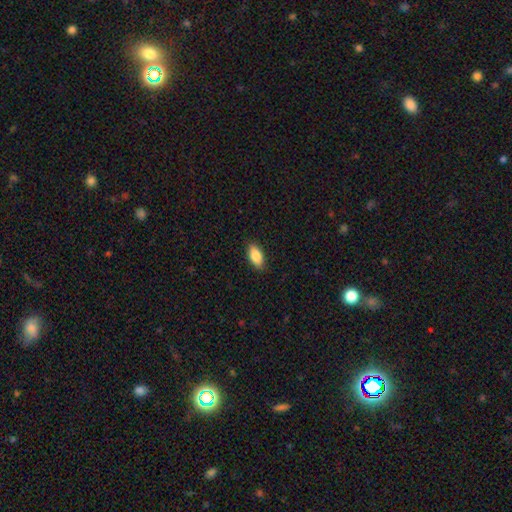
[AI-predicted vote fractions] A smooth galaxy with no disk features (85%) that is in between round and cigar-shaped (89%). Merging: none (88%).